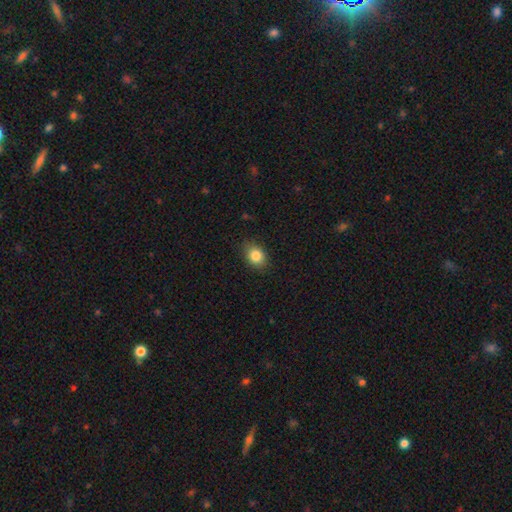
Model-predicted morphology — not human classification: smooth 84%, star or artifact 9%, featured or disk 6%. Down the decision tree: how rounded — in between (63%); merging — none (83%).